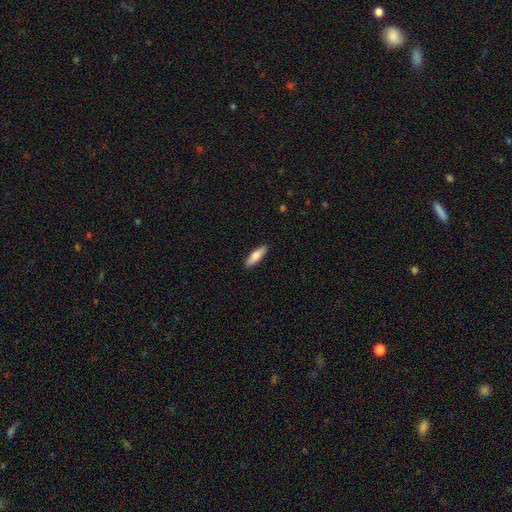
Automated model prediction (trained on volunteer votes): A smooth galaxy with no disk features (77%) that is cigar-shaped (51%).

Vote fractions:
- Smooth or featured? smooth: 77% / featured or disk: 18% / star or artifact: 5%
- How rounded? cigar-shaped: 51% / in between: 47% / round: 2%
- Merging? none: 90% / minor disturbance: 7% / major disturbance: 2% / merger: 1%